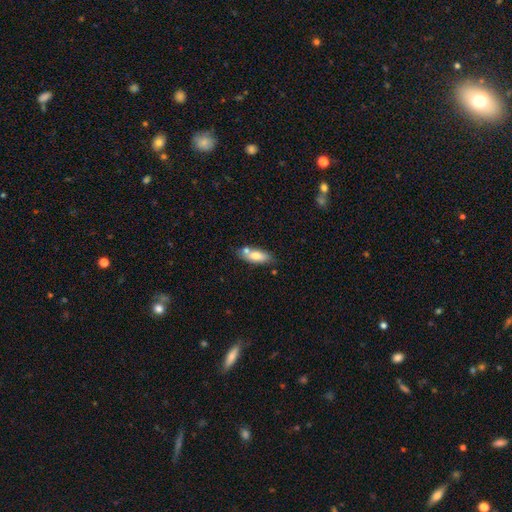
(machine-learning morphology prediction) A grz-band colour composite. It shows a smooth galaxy with no disk features (73%) that is in between round and cigar-shaped (72%). Merging: none (59%).